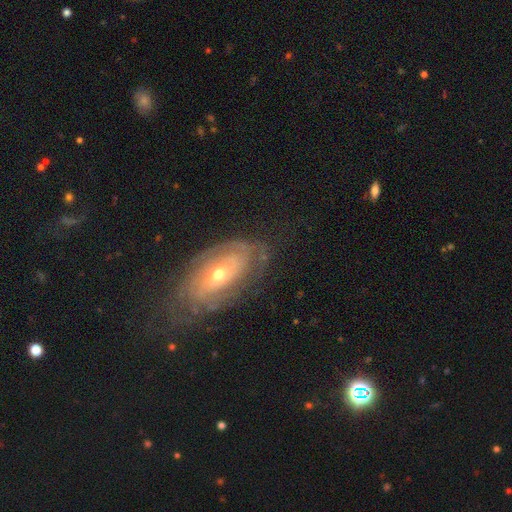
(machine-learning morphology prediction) smooth_or_featured: featured or disk (p=0.77) [alt: smooth p=0.16]
disk_edge_on: no (p=0.91) [alt: yes p=0.09]
bar: no (p=0.68) [alt: weak p=0.24]
has_spiral_arms: yes (p=0.81) [alt: no p=0.19]
spiral_winding: tight (p=0.71) [alt: medium p=0.21]
spiral_arm_count: can't tell (p=0.53) [alt: 2 p=0.25]
bulge_size: moderate (p=0.55) [alt: small p=0.40]
merging: none (p=0.68) [alt: minor disturbance p=0.20]